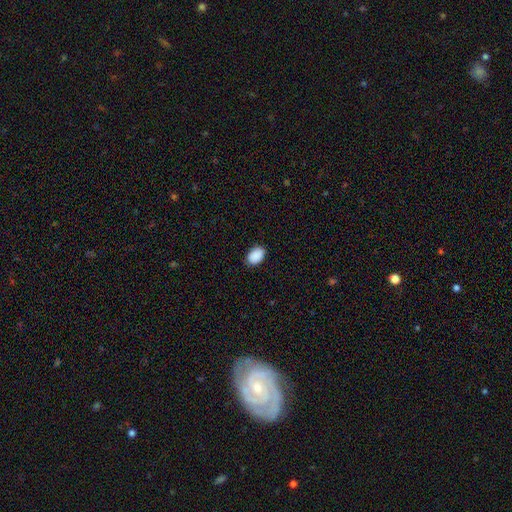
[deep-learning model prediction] A smooth galaxy with no disk features (91%) that is in between round and cigar-shaped (86%).

Vote fractions:
- Smooth or featured? smooth: 91% / star or artifact: 7% / featured or disk: 3%
- How rounded? in between: 86% / round: 13% / cigar-shaped: 1%
- Merging? none: 86% / minor disturbance: 11% / major disturbance: 2% / merger: 1%